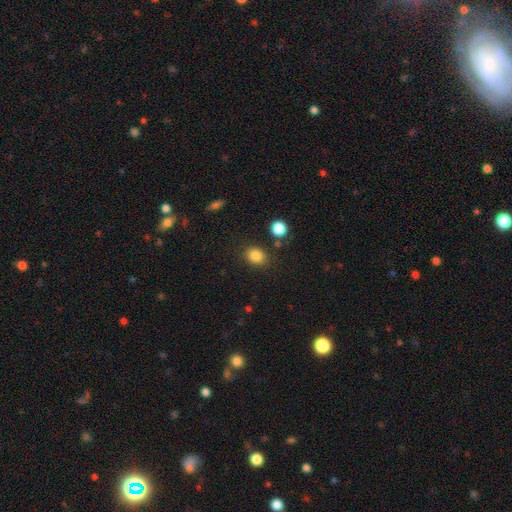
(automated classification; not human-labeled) smooth 84%, star or artifact 11%, featured or disk 5%. Down the decision tree: how rounded — round (53%); merging — none (83%).